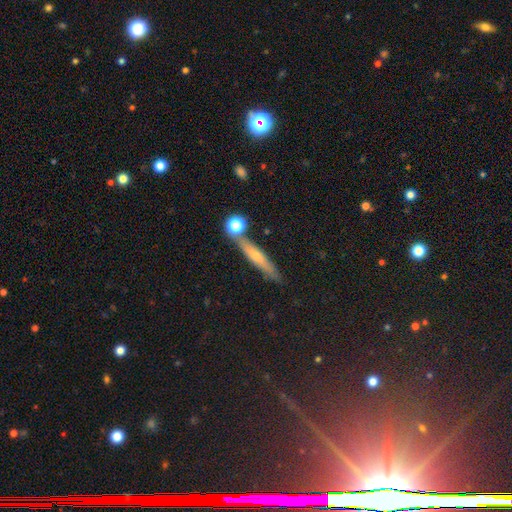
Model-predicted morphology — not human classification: A smooth galaxy with no disk features (46%).

Vote fractions:
- Smooth or featured? smooth: 46% / featured or disk: 43% / star or artifact: 11%
- Merging? none: 74% / minor disturbance: 12% / merger: 11% / major disturbance: 3%